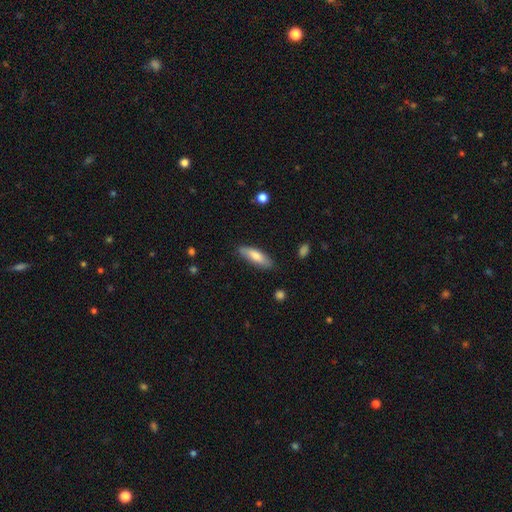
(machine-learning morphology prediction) This appears to be a smooth galaxy with no disk features (73%) that is cigar-shaped (51%). Merging: none (82%).